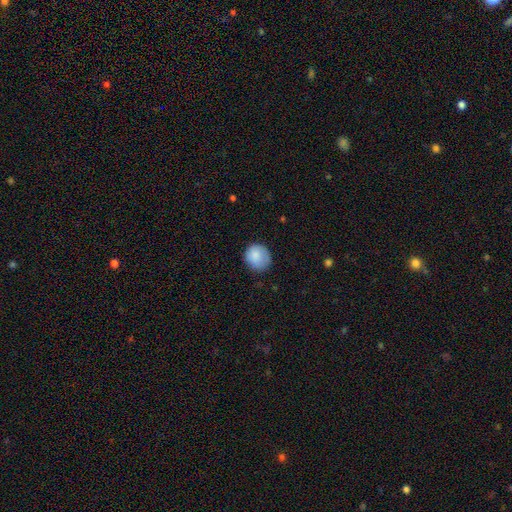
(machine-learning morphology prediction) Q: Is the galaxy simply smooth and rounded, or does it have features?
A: smooth — 85%.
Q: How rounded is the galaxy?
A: round — 83%.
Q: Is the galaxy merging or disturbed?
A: none — 74%.